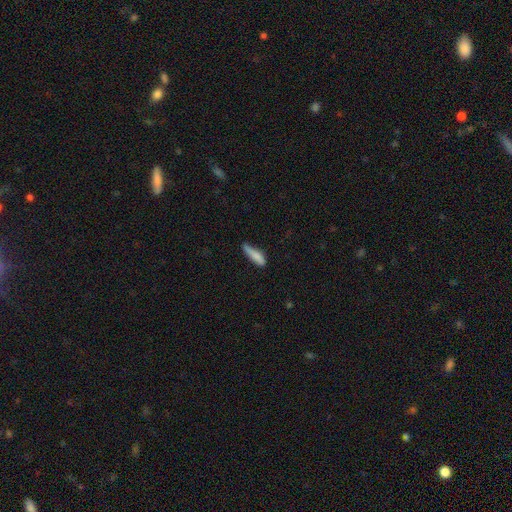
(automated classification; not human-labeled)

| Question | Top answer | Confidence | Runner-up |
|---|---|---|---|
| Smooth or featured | smooth | 78% | featured or disk (15%) |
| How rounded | cigar-shaped | 65% | in between (33%) |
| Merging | none | 47% | minor disturbance (39%) |